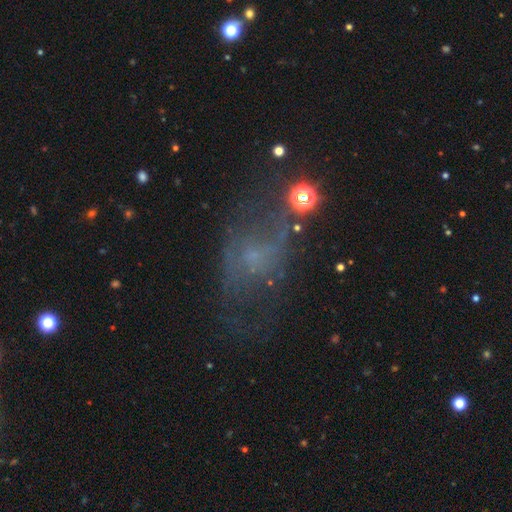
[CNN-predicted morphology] featured or disk 46%, smooth 30%, star or artifact 24%. Down the decision tree: merging — none (49%).